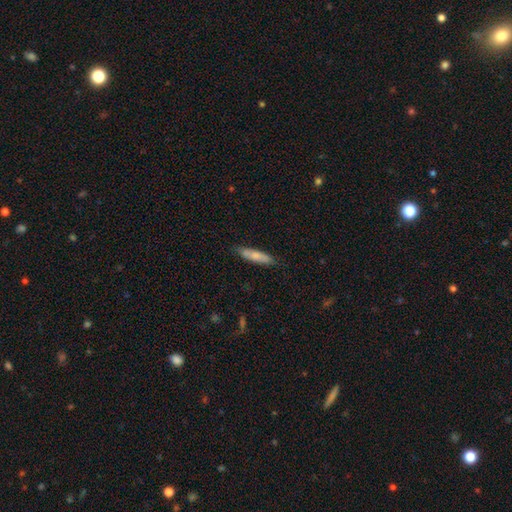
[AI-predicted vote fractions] smooth-or-featured: smooth: 74% | featured or disk: 20% | star or artifact: 6%
  how-rounded: cigar-shaped: 78% | in between: 20% | round: 2%
  merging: none: 83% | minor disturbance: 13% | major disturbance: 2% | merger: 1%